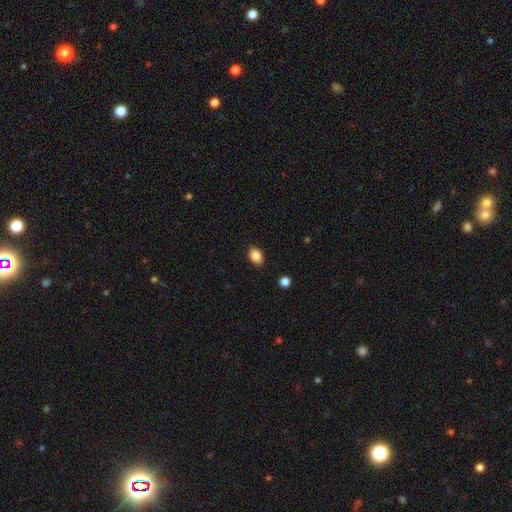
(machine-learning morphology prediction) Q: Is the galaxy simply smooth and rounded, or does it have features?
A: smooth — 87%.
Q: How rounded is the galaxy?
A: in between — 80%.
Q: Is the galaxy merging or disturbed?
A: none — 88%.